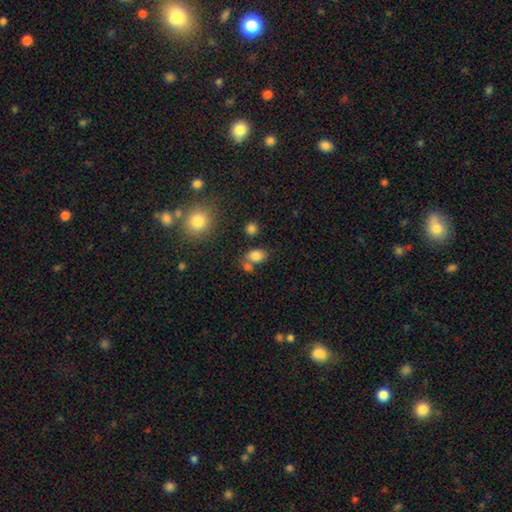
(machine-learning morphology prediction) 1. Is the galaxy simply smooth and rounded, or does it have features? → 81% smooth, 11% star or artifact, 7% featured or disk.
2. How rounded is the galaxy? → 74% in between, 25% round, 1% cigar-shaped.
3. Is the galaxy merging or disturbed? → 52% none, 28% merger, 14% minor disturbance, 6% major disturbance.